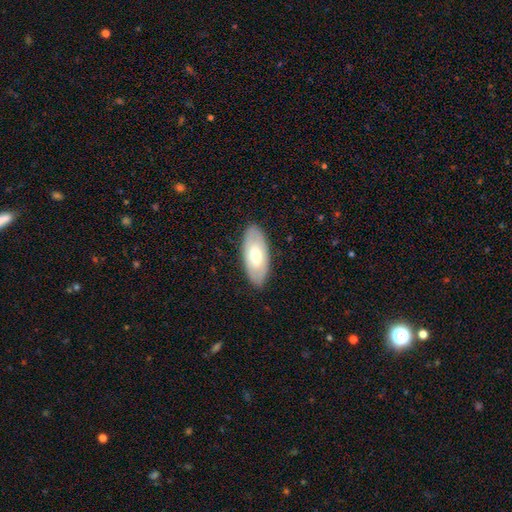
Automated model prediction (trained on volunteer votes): A smooth galaxy with no disk features (54%) that is in between round and cigar-shaped (89%). Merging: none (87%).